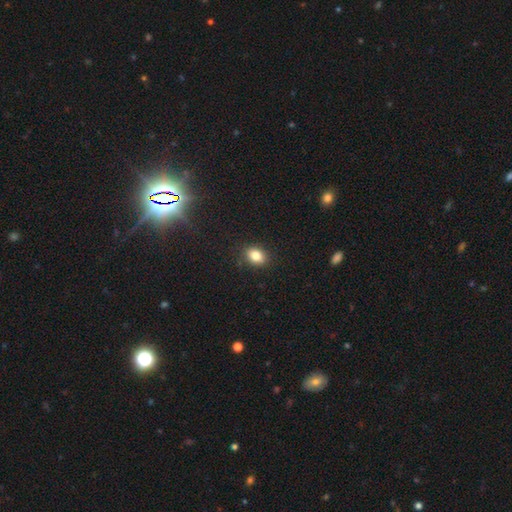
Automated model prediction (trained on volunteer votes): This is clearly a smooth galaxy (83%). How rounded: likely in between (71%). Merging: clearly none (88%).